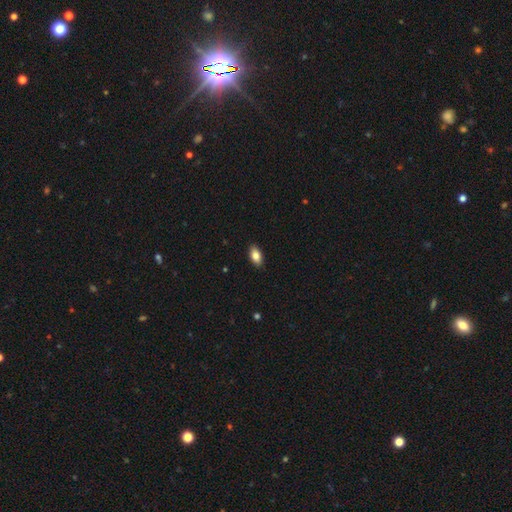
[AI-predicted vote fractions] smooth-or-featured: smooth: 83% | featured or disk: 10% | star or artifact: 7%
  how-rounded: in between: 91% | cigar-shaped: 5% | round: 4%
  merging: none: 89% | minor disturbance: 8% | major disturbance: 2% | merger: 1%